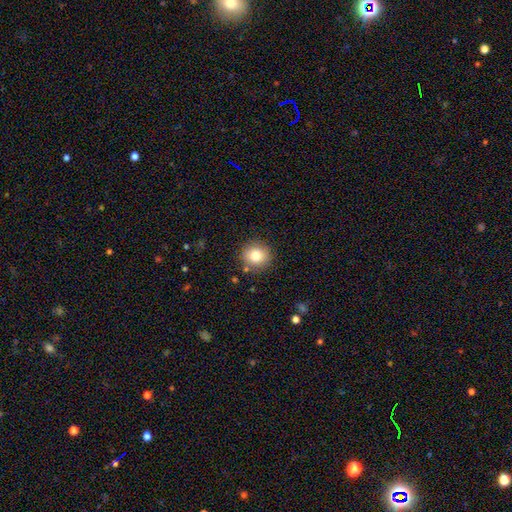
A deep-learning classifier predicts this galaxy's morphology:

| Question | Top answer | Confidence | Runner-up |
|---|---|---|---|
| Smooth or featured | smooth | 81% | star or artifact (10%) |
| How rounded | round | 88% | in between (11%) |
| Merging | none | 86% | minor disturbance (9%) |